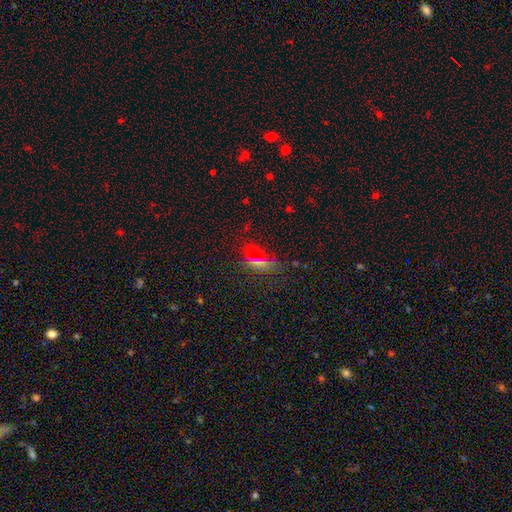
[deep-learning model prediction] smooth-or-featured: smooth: 46% | star or artifact: 41% | featured or disk: 13%
  merging: none: 65% | minor disturbance: 16% | major disturbance: 10% | merger: 9%